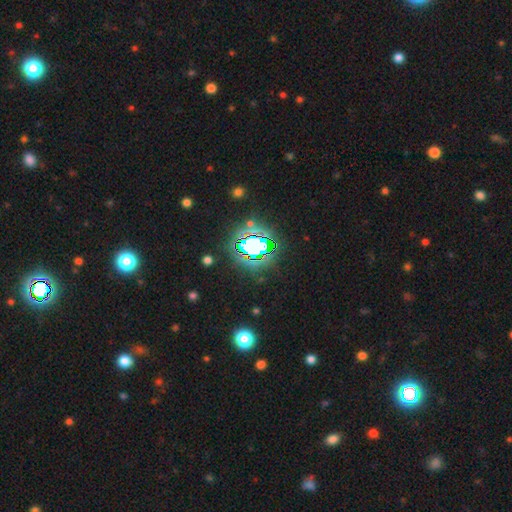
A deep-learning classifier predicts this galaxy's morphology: This appears to be a star or artifact, not a galaxy (80%).